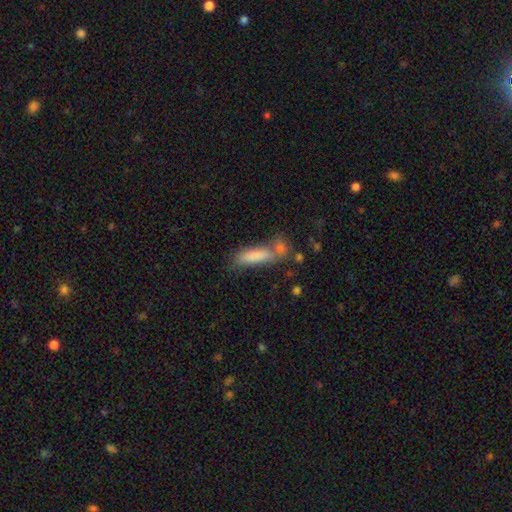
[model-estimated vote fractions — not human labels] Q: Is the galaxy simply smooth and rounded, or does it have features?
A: smooth — 81%.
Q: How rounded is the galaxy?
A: cigar-shaped — 64%.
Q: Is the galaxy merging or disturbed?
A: none — 50%.